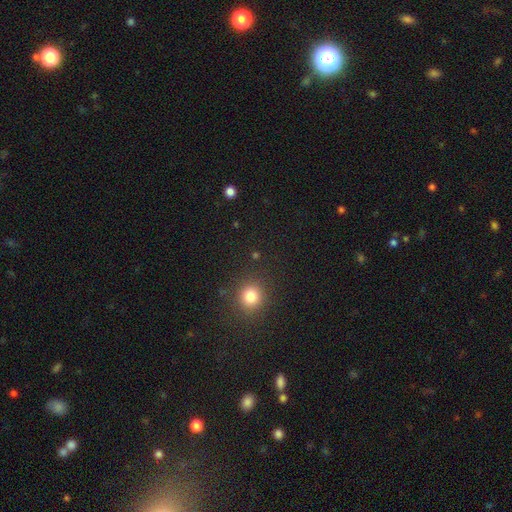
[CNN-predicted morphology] Smooth or featured: smooth — 74% (star or artifact — 21%)
How rounded: round — 90% (in between — 9%)
Merging: none — 91% (minor disturbance — 5%)